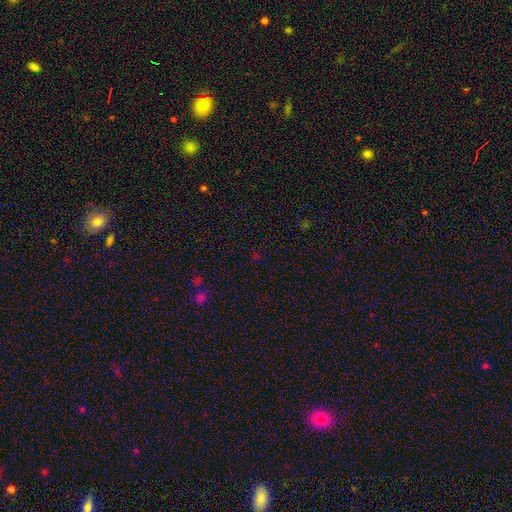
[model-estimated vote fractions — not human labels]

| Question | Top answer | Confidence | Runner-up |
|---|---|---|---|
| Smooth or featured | star or artifact | 66% | smooth (27%) |